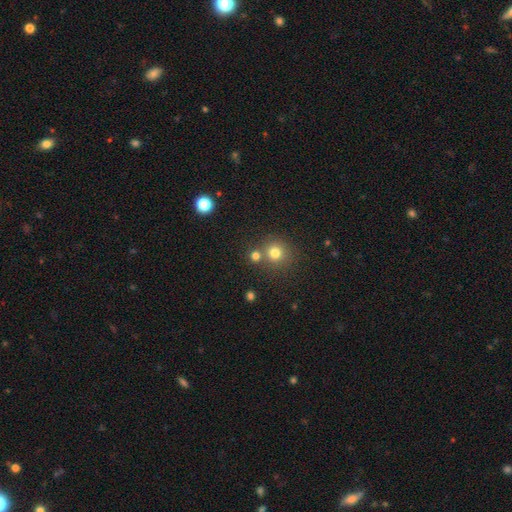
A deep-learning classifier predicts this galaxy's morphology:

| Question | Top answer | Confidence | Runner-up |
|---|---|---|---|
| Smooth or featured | smooth | 76% | star or artifact (17%) |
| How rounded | round | 89% | in between (10%) |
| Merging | none | 65% | merger (25%) |